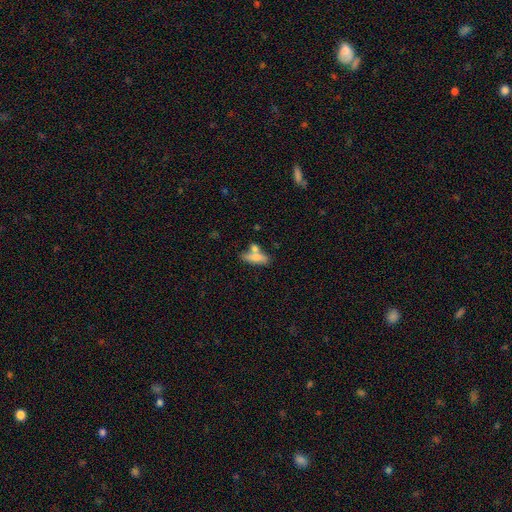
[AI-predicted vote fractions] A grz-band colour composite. It shows a smooth galaxy with no disk features (72%) that is in between round and cigar-shaped (61%). Merging: none (45%).